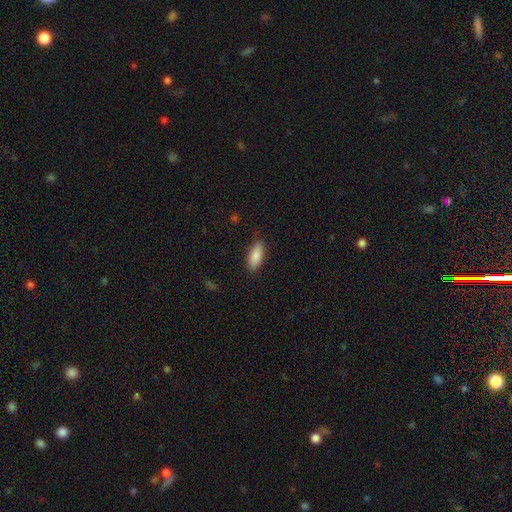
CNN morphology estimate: A smooth galaxy with no disk features (87%) that is in between round and cigar-shaped (84%).

Vote fractions:
- Smooth or featured? smooth: 87% / featured or disk: 7% / star or artifact: 6%
- How rounded? in between: 84% / cigar-shaped: 14% / round: 2%
- Merging? none: 84% / minor disturbance: 12% / major disturbance: 3% / merger: 1%